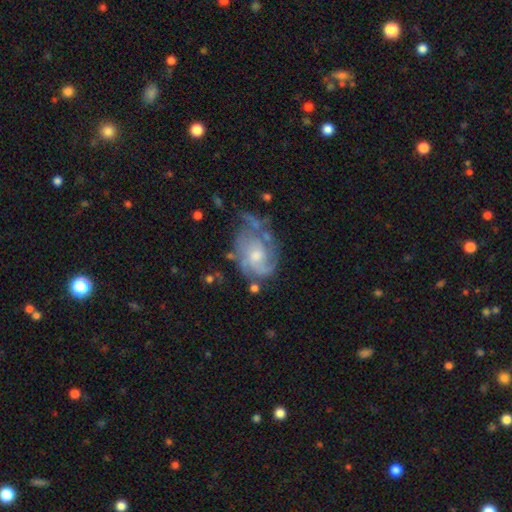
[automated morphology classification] Smooth or featured: featured or disk — 77% (smooth — 16%)
Edge-on disk: no — 97% (yes — 3%)
Bar: no — 72% (weak — 25%)
Spiral arms: yes — 87% (no — 13%)
Spiral winding: tight — 42% (medium — 40%)
Spiral arm count: can't tell — 35% (2 — 32%)
Bulge size: moderate — 54% (small — 37%)
Merging: none — 46% (minor disturbance — 27%)